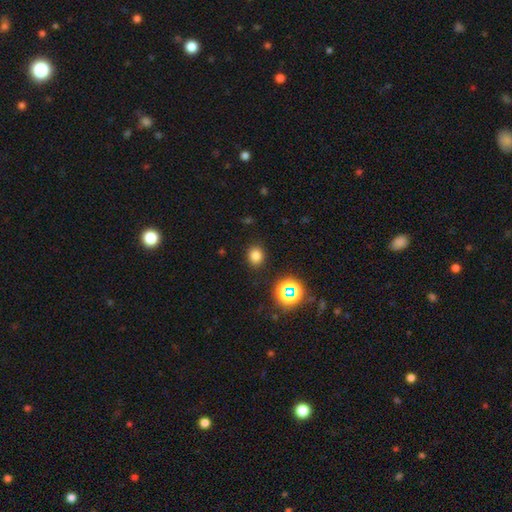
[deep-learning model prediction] Smooth or featured?
  - smooth: 77% *
  - star or artifact: 18%
  - featured or disk: 5%
How rounded?
  - round: 69% *
  - in between: 30%
  - cigar-shaped: 1%
Merging?
  - none: 88% *
  - minor disturbance: 8%
  - major disturbance: 3%
  - merger: 2%